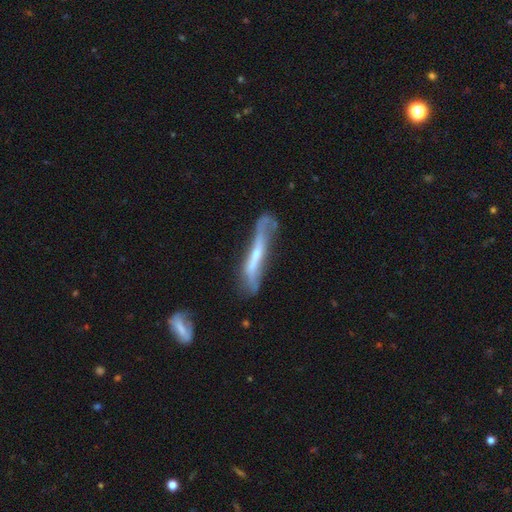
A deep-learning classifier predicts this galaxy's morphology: Smooth or featured? featured or disk (66%)
Edge-on disk? yes (66%)
Merging? none (44%)